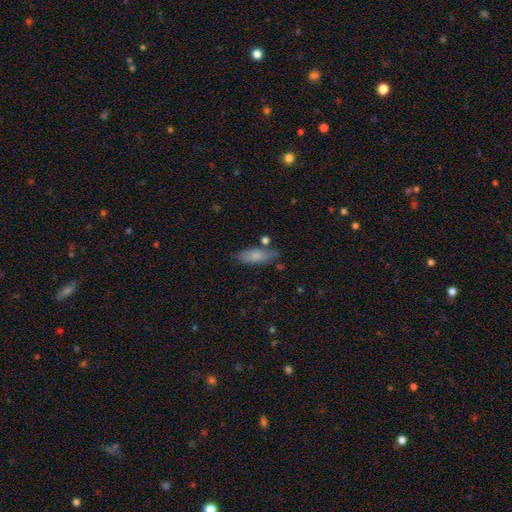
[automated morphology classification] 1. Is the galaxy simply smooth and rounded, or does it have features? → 79% smooth, 14% featured or disk, 7% star or artifact.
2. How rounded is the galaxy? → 66% in between, 31% cigar-shaped, 3% round.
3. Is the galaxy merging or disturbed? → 68% none, 19% minor disturbance, 7% merger, 5% major disturbance.